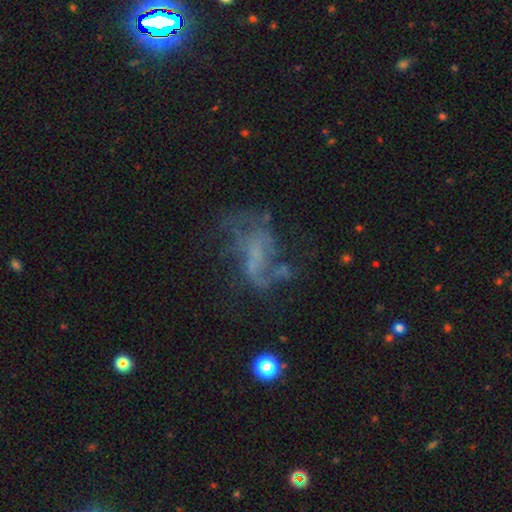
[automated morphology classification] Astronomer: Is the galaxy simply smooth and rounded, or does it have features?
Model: featured or disk — 61%.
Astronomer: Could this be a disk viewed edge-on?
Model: no — 96%.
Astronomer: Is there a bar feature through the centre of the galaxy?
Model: no — 64%.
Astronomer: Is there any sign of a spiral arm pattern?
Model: no — 55% (runner-up: yes, 45%).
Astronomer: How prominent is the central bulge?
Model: none — 69%.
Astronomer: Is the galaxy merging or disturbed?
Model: major disturbance — 40% (runner-up: none, 35%).